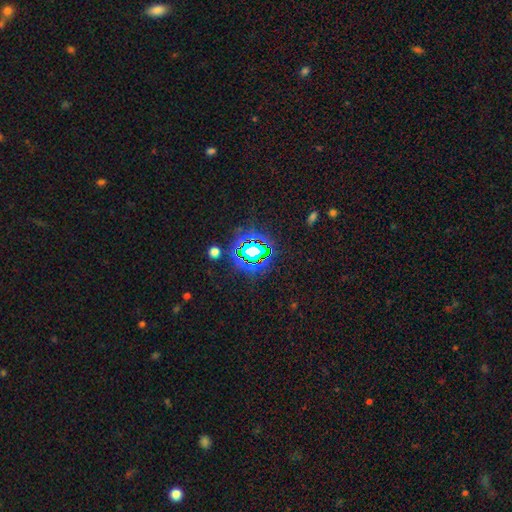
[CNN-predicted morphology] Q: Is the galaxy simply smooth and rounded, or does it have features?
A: star or artifact — 72%.